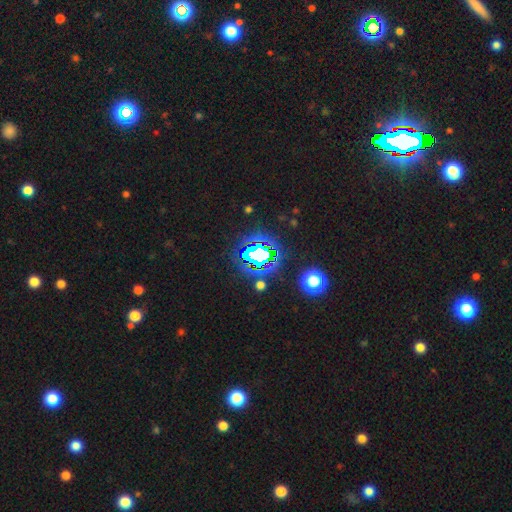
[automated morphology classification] Smooth or featured? Predicted: star or artifact (p=0.71).